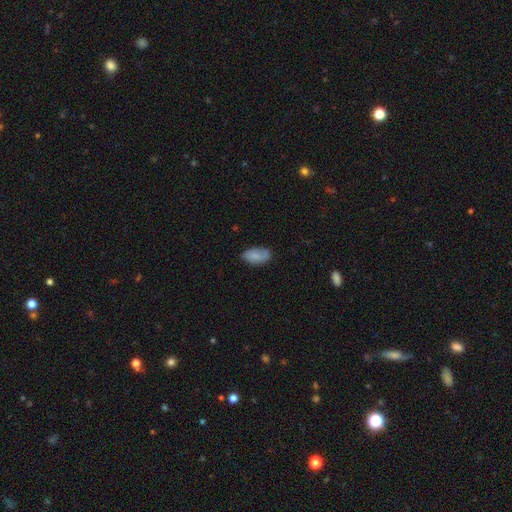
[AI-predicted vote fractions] smooth 80%, featured or disk 13%, star or artifact 7%. Down the decision tree: how rounded — in between (93%); merging — none (72%).